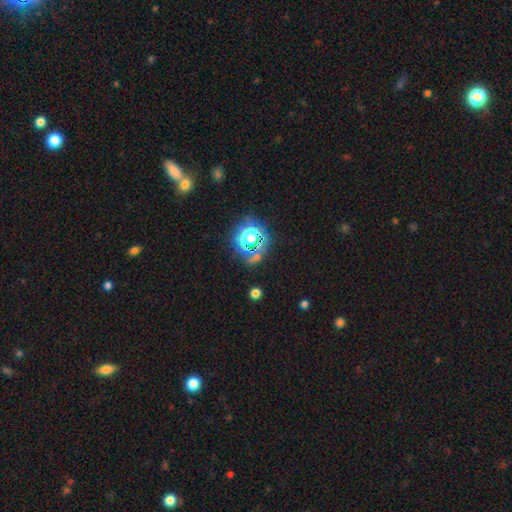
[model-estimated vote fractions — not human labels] smooth_or_featured: star or artifact (p=0.70) [alt: smooth p=0.21]